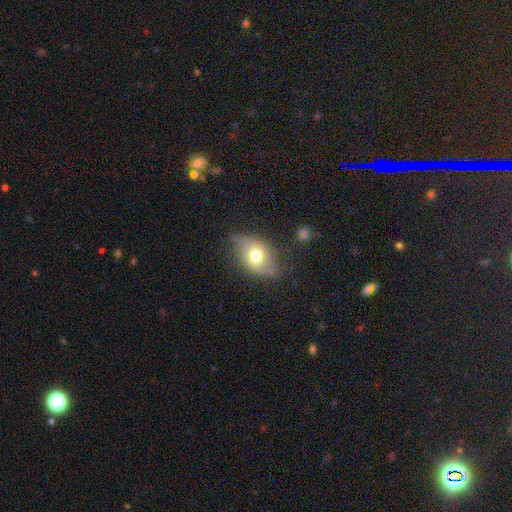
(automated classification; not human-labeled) This appears to be a smooth galaxy with no disk features (59%) that is in between round and cigar-shaped (85%). Merging: none (60%).